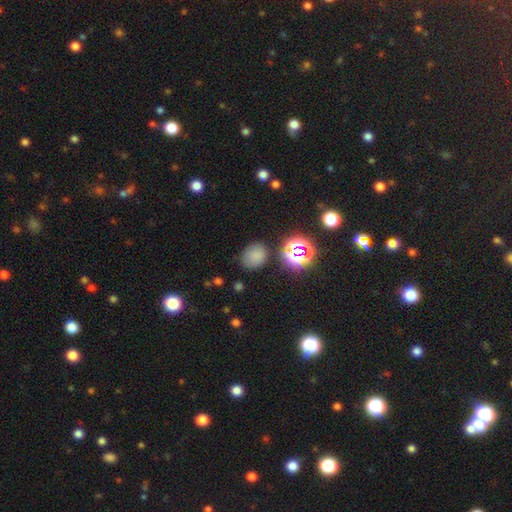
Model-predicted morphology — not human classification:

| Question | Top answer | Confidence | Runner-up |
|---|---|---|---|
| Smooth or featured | smooth | 73% | star or artifact (20%) |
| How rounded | round | 54% | in between (45%) |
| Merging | none | 77% | minor disturbance (15%) |